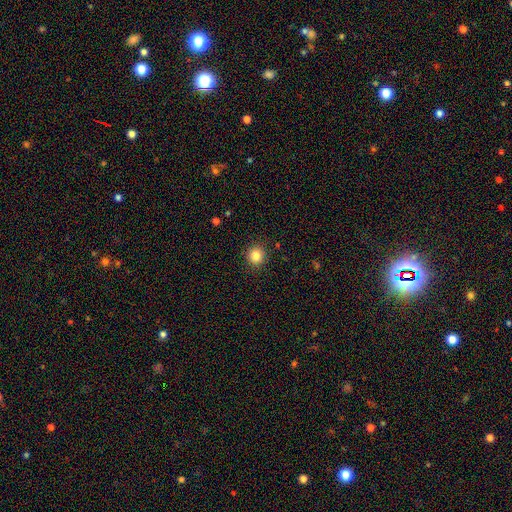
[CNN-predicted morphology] Smooth or featured?
  - smooth: 84% *
  - star or artifact: 11%
  - featured or disk: 5%
How rounded?
  - round: 91% *
  - in between: 8%
  - cigar-shaped: 1%
Merging?
  - none: 91% *
  - minor disturbance: 6%
  - major disturbance: 2%
  - merger: 1%